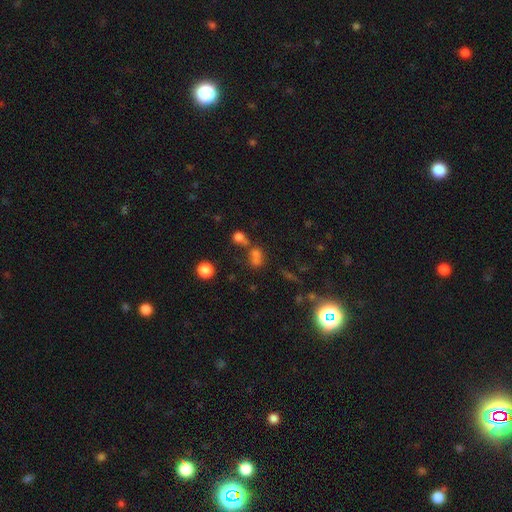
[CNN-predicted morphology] Smooth or featured?
  - smooth: 54% *
  - star or artifact: 34%
  - featured or disk: 12%
How rounded?
  - round: 55% *
  - in between: 42%
  - cigar-shaped: 3%
Merging?
  - none: 41% * (tied)
  - merger: 41% * (tied)
  - minor disturbance: 10%
  - major disturbance: 8%